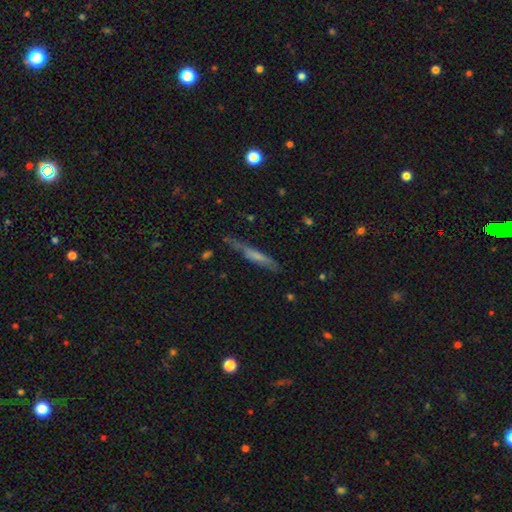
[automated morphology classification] smooth 54%, featured or disk 38%, star or artifact 8%. Down the decision tree: how rounded — cigar-shaped (91%); merging — none (61%).